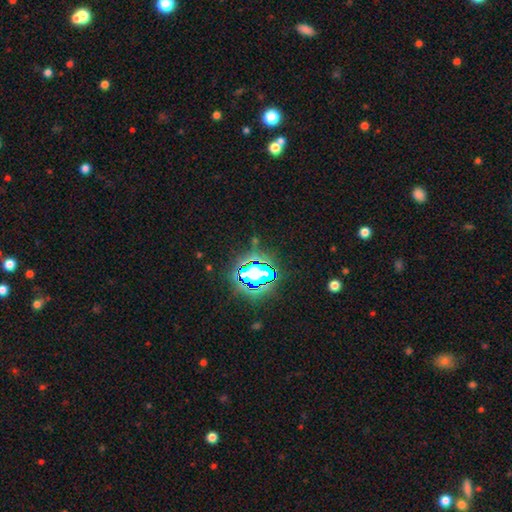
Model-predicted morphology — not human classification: smooth-or-featured: star or artifact: 80% | smooth: 12% | featured or disk: 8%